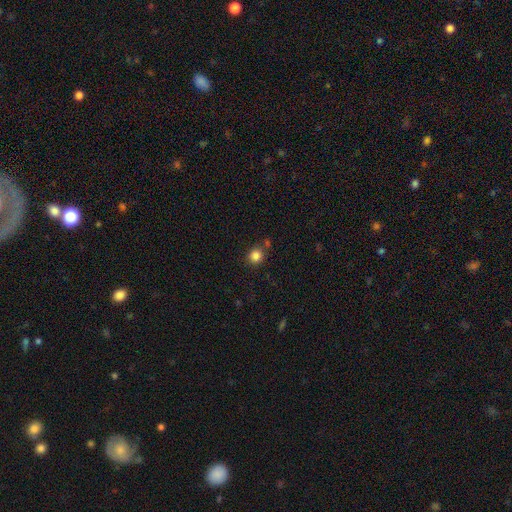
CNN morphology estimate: Smooth or featured? Predicted: smooth (p=0.84). How rounded? Predicted: round (p=0.86). Merging? Predicted: none (p=0.77).